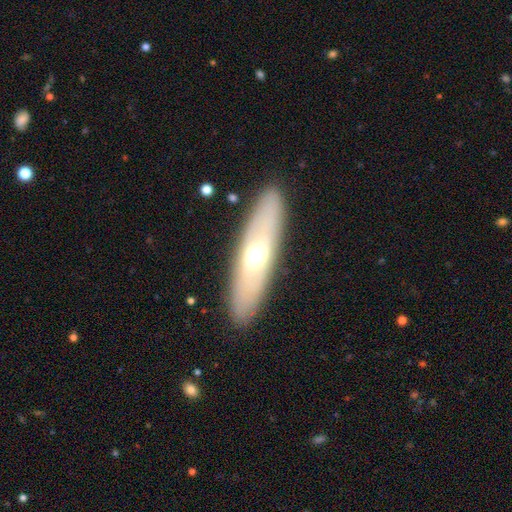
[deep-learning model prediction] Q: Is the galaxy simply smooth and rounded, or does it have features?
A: featured or disk — 49%.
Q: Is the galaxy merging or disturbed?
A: none — 88%.